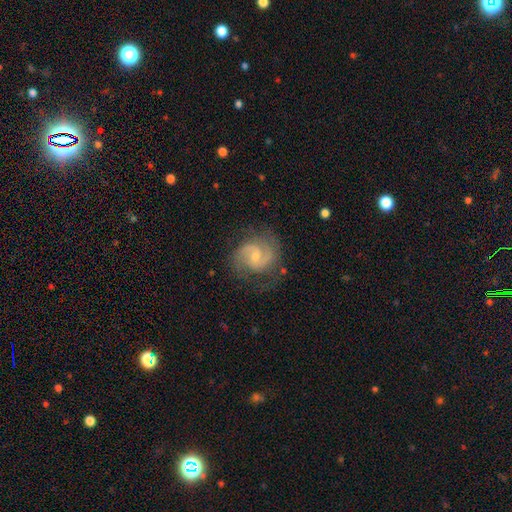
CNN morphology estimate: Smooth or featured: featured or disk — 85% (smooth — 9%)
Edge-on disk: no — 98% (yes — 2%)
Bar: weak — 50% (no — 42%)
Spiral arms: yes — 97% (no — 3%)
Spiral winding: medium — 55% (tight — 27%)
Spiral arm count: 2 — 87% (can't tell — 5%)
Bulge size: small — 60% (moderate — 34%)
Merging: none — 70% (minor disturbance — 19%)